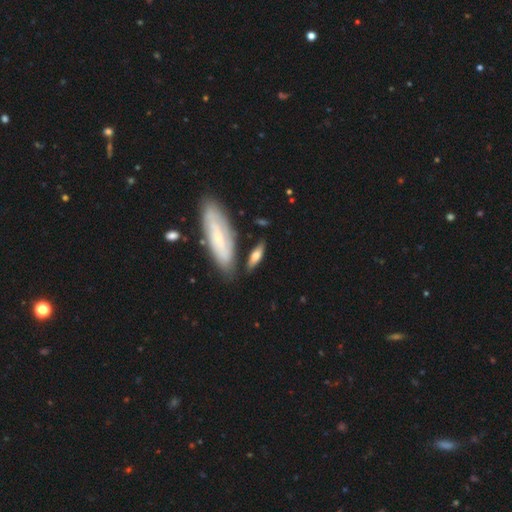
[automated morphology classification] smooth_or_featured: smooth (p=0.59) [alt: featured or disk p=0.36]
how_rounded: in between (p=0.52) [alt: cigar-shaped p=0.44]
merging: none (p=0.72) [alt: minor disturbance p=0.15]